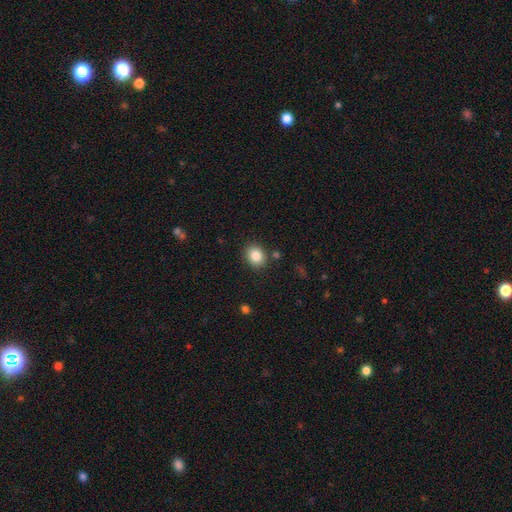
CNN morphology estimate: This appears to be a smooth galaxy with no disk features (83%) that is round (65%). Merging: none (85%).